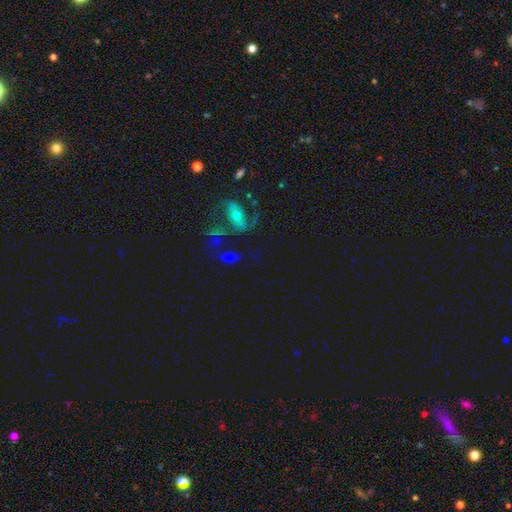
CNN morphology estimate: Smooth or featured? Predicted: smooth (p=0.44). Merging? Predicted: none (p=0.61).